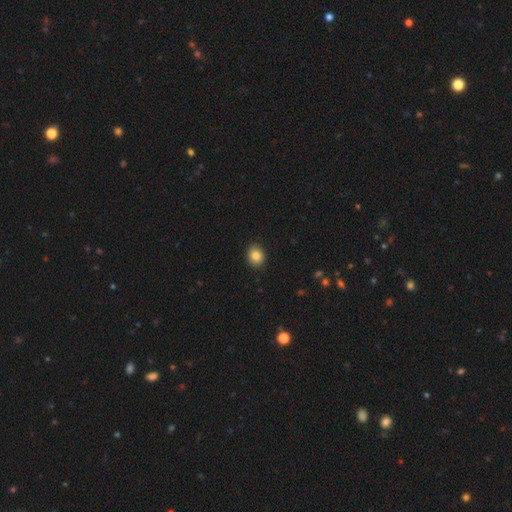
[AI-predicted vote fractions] A smooth galaxy with no disk features (85%) that is round (54%).

Vote fractions:
- Smooth or featured? smooth: 85% / star or artifact: 9% / featured or disk: 5%
- How rounded? round: 54% / in between: 46% / cigar-shaped: 1%
- Merging? none: 90% / minor disturbance: 7% / major disturbance: 2% / merger: 1%